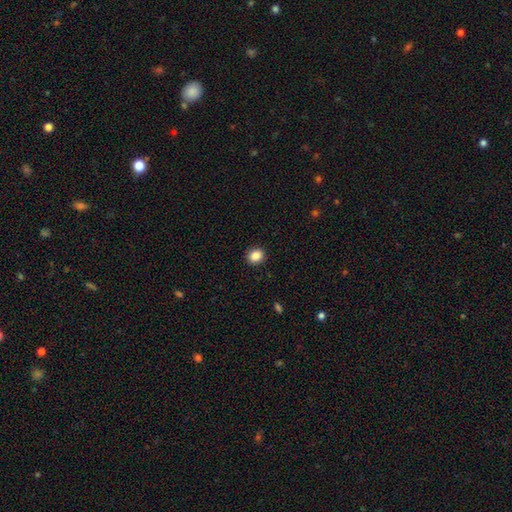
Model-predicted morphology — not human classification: Smooth or featured? smooth (86%)
How rounded? round (67%)
Merging? none (92%)